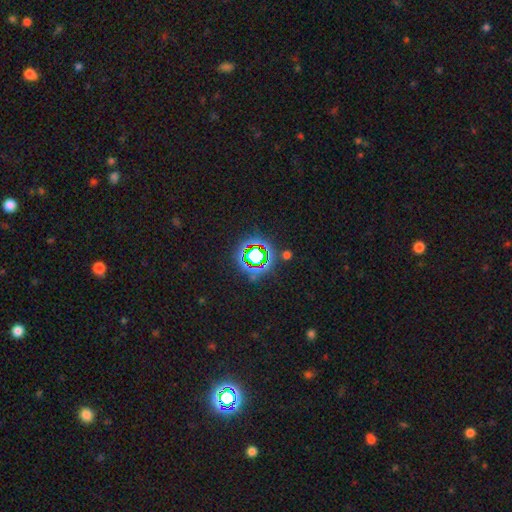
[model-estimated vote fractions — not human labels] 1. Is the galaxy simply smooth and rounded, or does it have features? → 69% star or artifact, 20% smooth, 11% featured or disk.